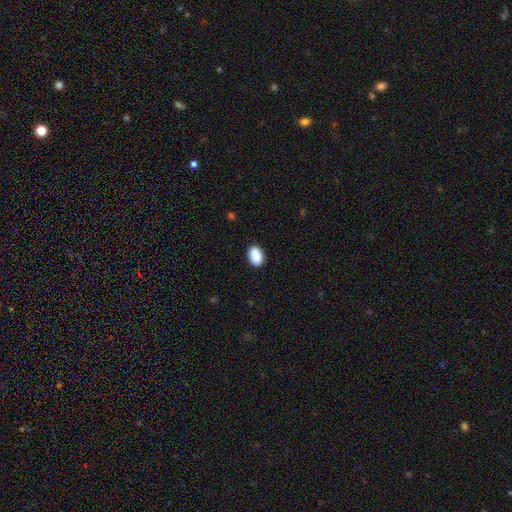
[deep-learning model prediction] Smooth or featured? Predicted: smooth (p=0.90). How rounded? Predicted: in between (p=0.88). Merging? Predicted: none (p=0.87).